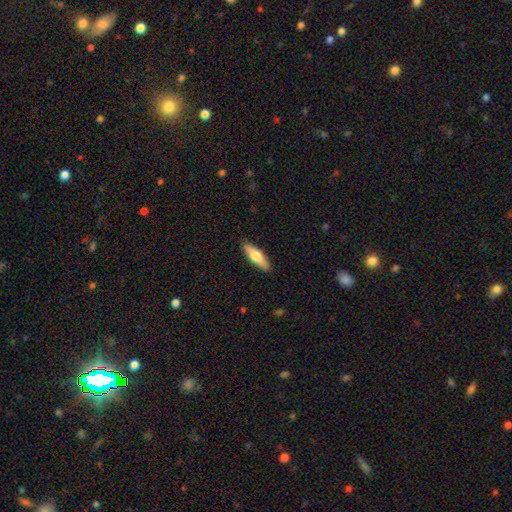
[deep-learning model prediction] Smooth or featured? smooth (65%)
How rounded? cigar-shaped (52%)
Merging? none (89%)